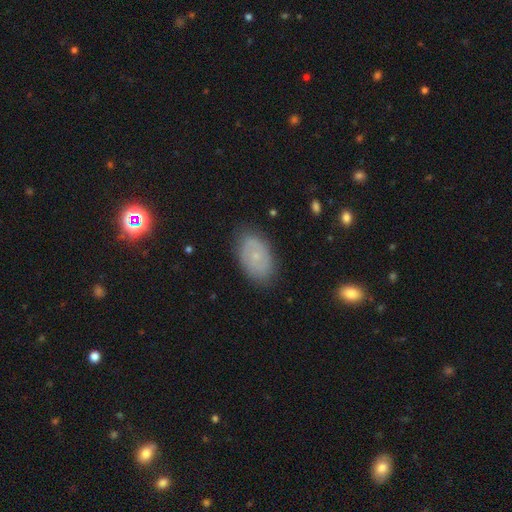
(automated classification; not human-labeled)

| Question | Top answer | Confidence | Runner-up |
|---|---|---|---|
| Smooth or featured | featured or disk | 48% | smooth (42%) |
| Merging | none | 81% | minor disturbance (14%) |